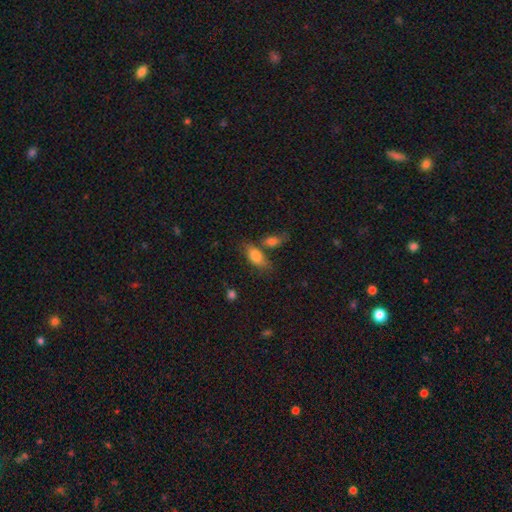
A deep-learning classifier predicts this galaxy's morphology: The model was most divided on "merging": none: 52%, merger: 25%, minor disturbance: 17%, major disturbance: 7%. More confident: how rounded — in between (85%); smooth or featured — smooth (80%).